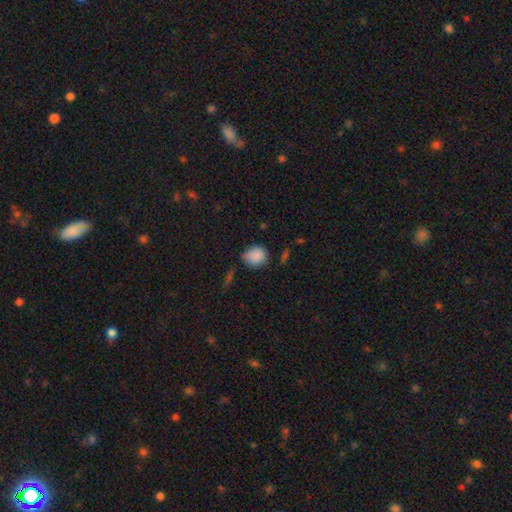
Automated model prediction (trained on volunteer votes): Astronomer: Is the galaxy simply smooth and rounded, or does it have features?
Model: smooth — 86%.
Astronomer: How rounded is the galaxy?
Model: round — 72%.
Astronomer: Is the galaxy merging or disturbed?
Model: none — 64%.